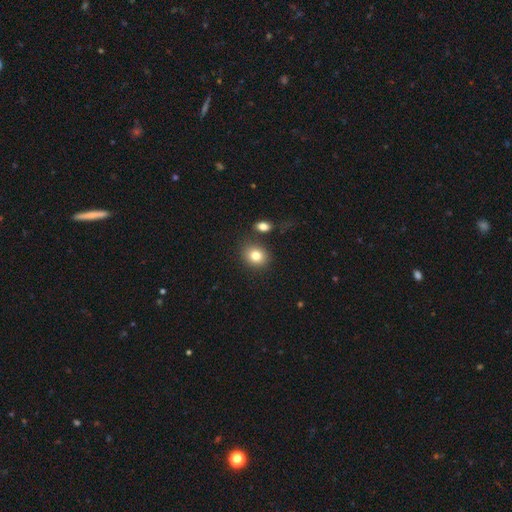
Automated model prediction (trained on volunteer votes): A smooth galaxy with no disk features (80%) that is round (63%).

Vote fractions:
- Smooth or featured? smooth: 80% / star or artifact: 10% / featured or disk: 9%
- How rounded? round: 63% / in between: 36% / cigar-shaped: 1%
- Merging? none: 78% / minor disturbance: 10% / merger: 8% / major disturbance: 4%